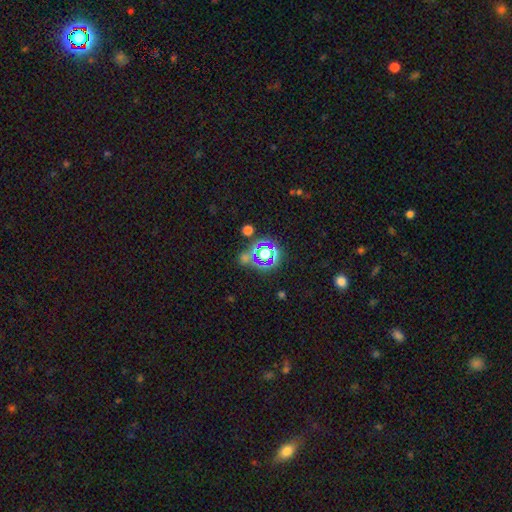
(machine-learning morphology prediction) A star or artifact, not a galaxy (68%).

Vote fractions:
- Smooth or featured? star or artifact: 68% / smooth: 24% / featured or disk: 9%